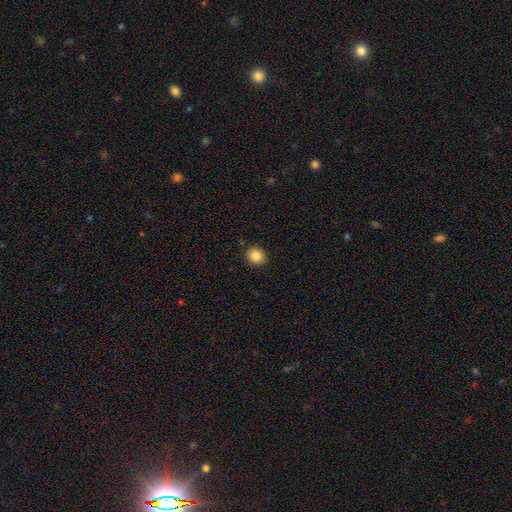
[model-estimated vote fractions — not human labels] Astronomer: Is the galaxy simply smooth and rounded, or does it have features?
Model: smooth — 86%.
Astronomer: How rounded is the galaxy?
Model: round — 80%.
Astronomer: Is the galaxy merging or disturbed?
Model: none — 91%.